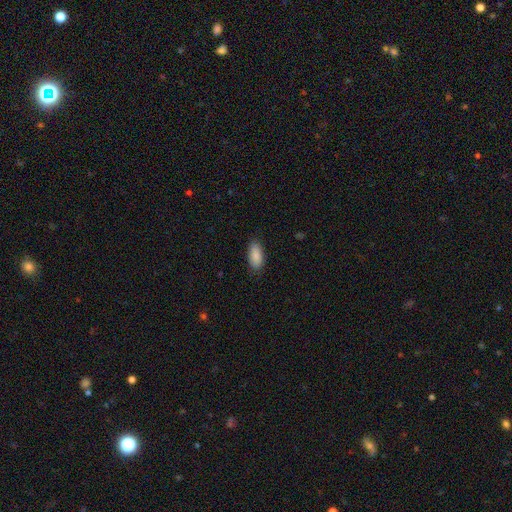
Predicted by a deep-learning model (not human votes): This is clearly a smooth galaxy (89%). How rounded: clearly in between (89%). Merging: clearly none (85%).